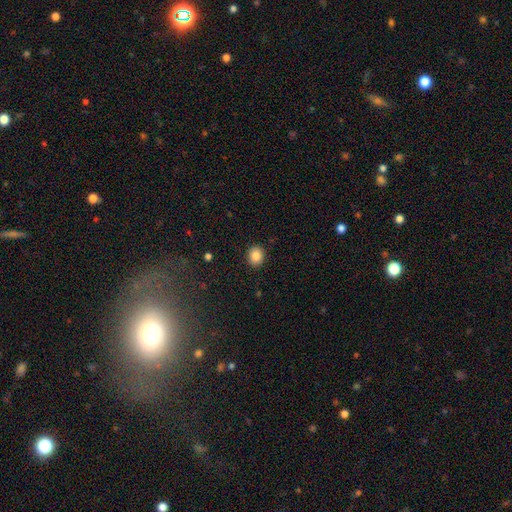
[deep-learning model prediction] This appears to be a smooth galaxy with no disk features (87%) that is round (64%). Merging: none (90%).